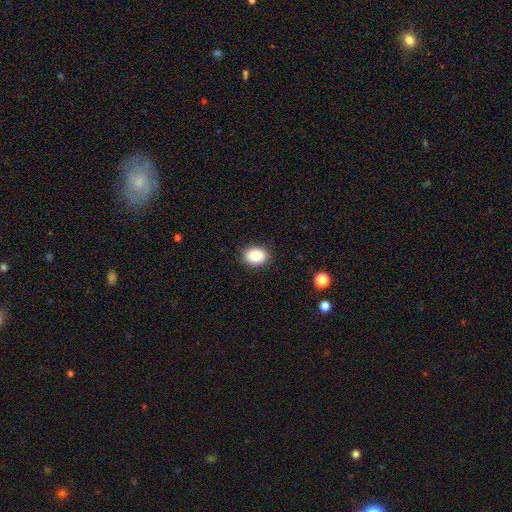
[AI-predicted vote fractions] Morphology: type=smooth (88%); roundness=in between (69%); merging=none (89%).